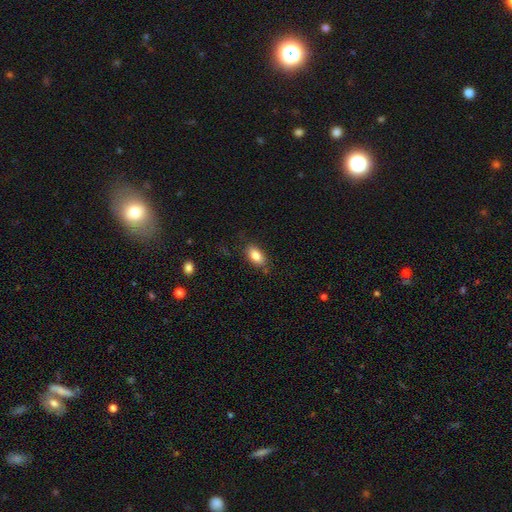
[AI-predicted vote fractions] smooth-or-featured: smooth: 83% | featured or disk: 9% | star or artifact: 8%
  how-rounded: in between: 90% | round: 6% | cigar-shaped: 5%
  merging: none: 78% | minor disturbance: 16% | major disturbance: 4% | merger: 2%